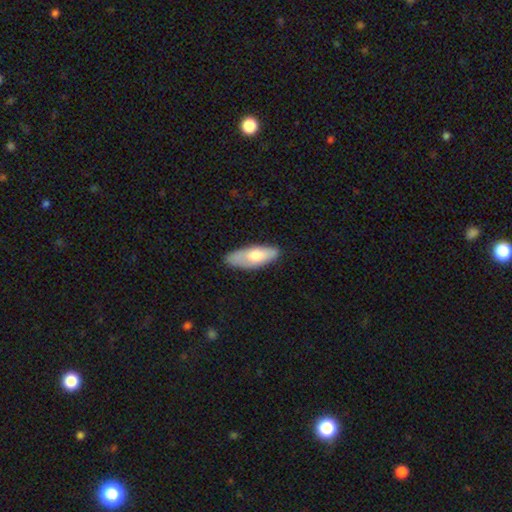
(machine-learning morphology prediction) Q: Smooth or featured?
A: smooth (66%); runner-up: featured or disk (28%)
Q: How rounded?
A: in between (71%); runner-up: cigar-shaped (26%)
Q: Merging?
A: none (77%); runner-up: minor disturbance (18%)